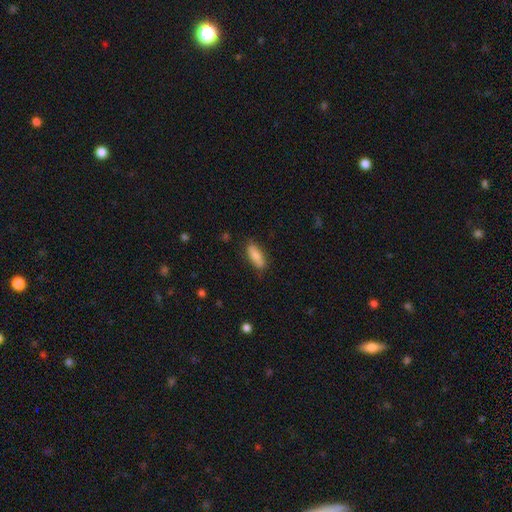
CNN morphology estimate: Overall: smooth (80%). How rounded: in between (68%; cigar-shaped 30%). Merging: none (82%).